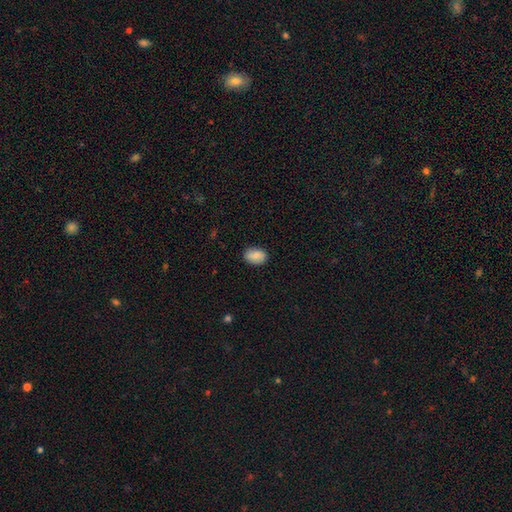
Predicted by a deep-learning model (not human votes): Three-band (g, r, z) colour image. It shows a smooth galaxy with no disk features (83%) that is in between round and cigar-shaped (83%). Merging: none (85%).